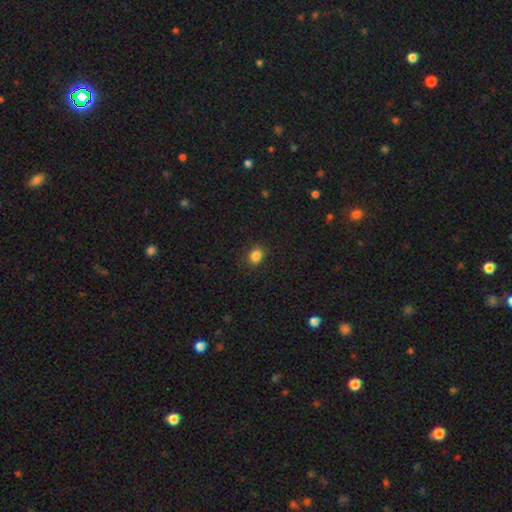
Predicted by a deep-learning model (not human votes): smooth-or-featured: smooth: 85% | star or artifact: 11% | featured or disk: 4%
  how-rounded: round: 50% | in between: 49% | cigar-shaped: 1%
  merging: none: 86% | minor disturbance: 10% | major disturbance: 3% | merger: 1%